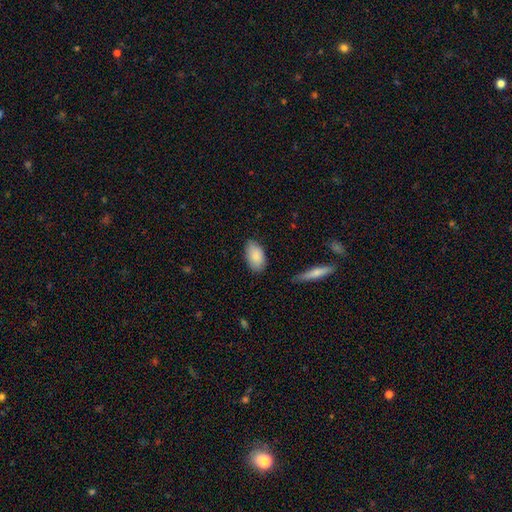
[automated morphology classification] smooth_or_featured: smooth (p=0.86) [alt: featured or disk p=0.08]
how_rounded: in between (p=0.94) [alt: round p=0.04]
merging: none (p=0.79) [alt: minor disturbance p=0.16]